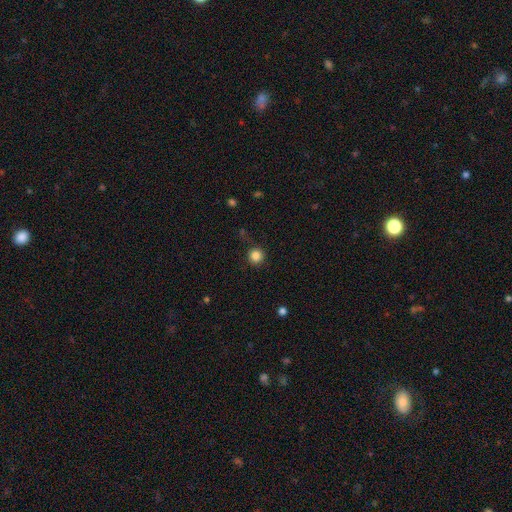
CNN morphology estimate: A smooth galaxy with no disk features (85%) that is round (95%).

Vote fractions:
- Smooth or featured? smooth: 85% / star or artifact: 11% / featured or disk: 4%
- How rounded? round: 95% / in between: 4% / cigar-shaped: 1%
- Merging? none: 87% / minor disturbance: 9% / major disturbance: 3% / merger: 2%